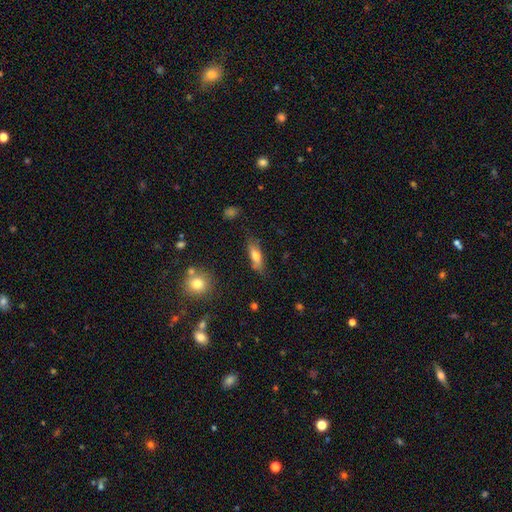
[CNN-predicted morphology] This appears to be a smooth galaxy with no disk features (66%) that is in between round and cigar-shaped (52%). Merging: none (74%).